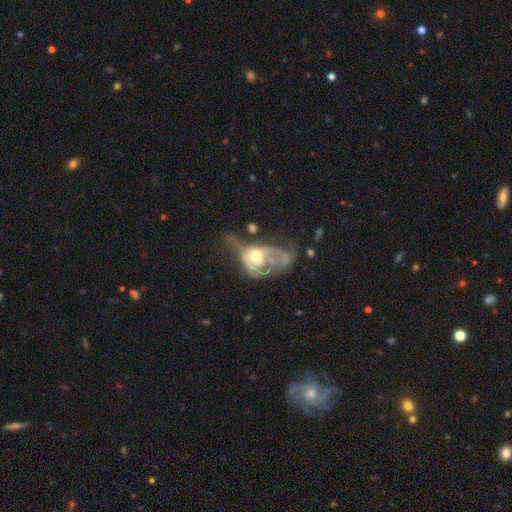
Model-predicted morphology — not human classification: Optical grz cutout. It shows a featured or disk galaxy (62%) with no bar (82%), no spiral arms (66%) and a moderate central bulge (62%). Merging: major disturbance (59%).